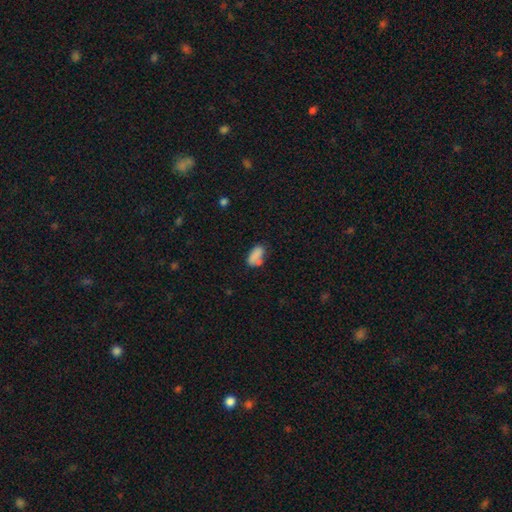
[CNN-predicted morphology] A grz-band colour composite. It shows a smooth galaxy with no disk features (80%) that is in between round and cigar-shaped (89%). Merging: none (53%).